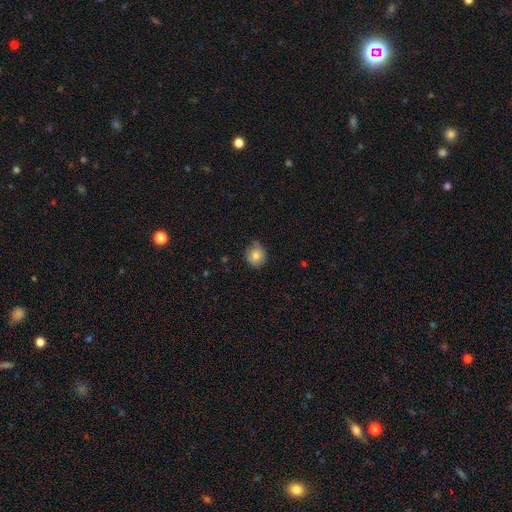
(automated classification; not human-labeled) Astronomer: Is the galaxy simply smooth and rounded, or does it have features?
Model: smooth — 79%.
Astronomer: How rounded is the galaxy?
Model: round — 88%.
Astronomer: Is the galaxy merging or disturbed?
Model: none — 71%.